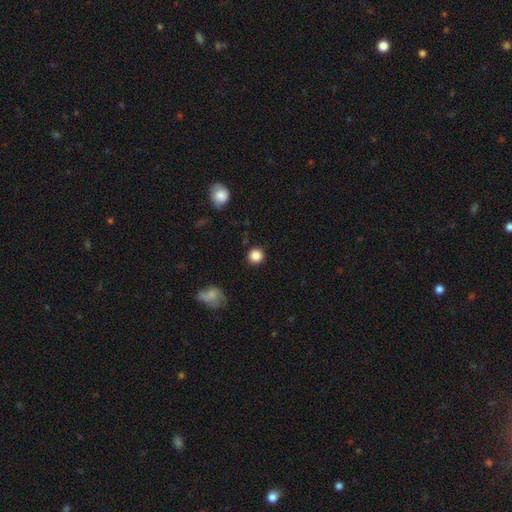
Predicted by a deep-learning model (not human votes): smooth 86%, star or artifact 10%, featured or disk 4%. Down the decision tree: how rounded — round (93%); merging — none (89%).